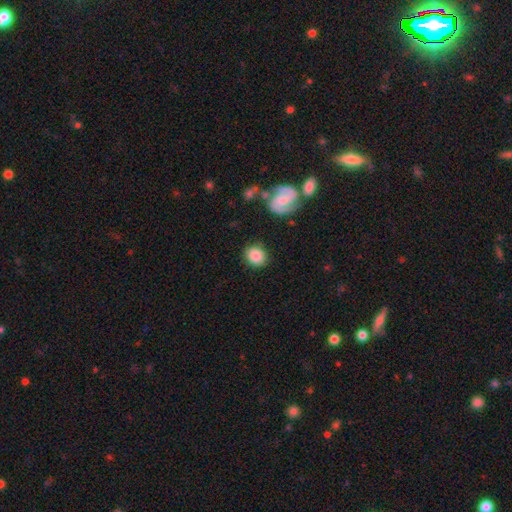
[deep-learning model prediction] Morphology: type=smooth (84%); roundness=round (74%); merging=none (83%).